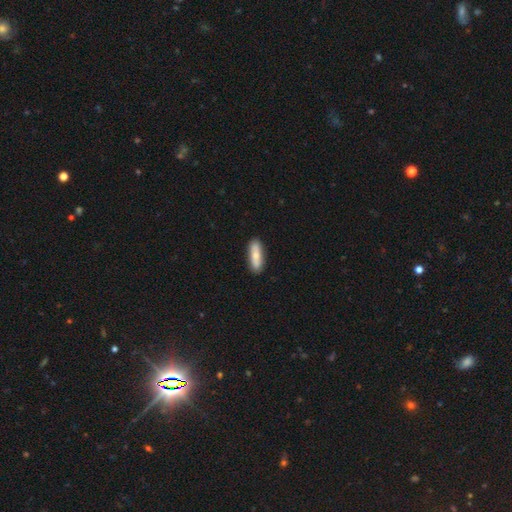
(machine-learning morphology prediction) A smooth galaxy with no disk features (67%) that is in between round and cigar-shaped (53%). Merging: none (85%).